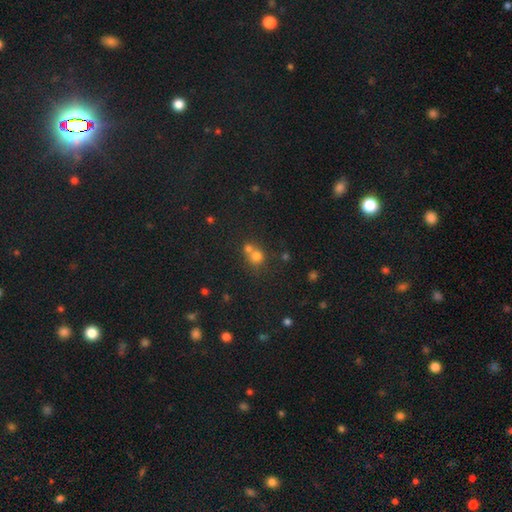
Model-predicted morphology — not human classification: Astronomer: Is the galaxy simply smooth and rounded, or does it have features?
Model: smooth — 70%.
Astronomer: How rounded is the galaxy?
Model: round — 85%.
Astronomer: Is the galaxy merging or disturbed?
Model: merger — 49% (runner-up: none, 42%).